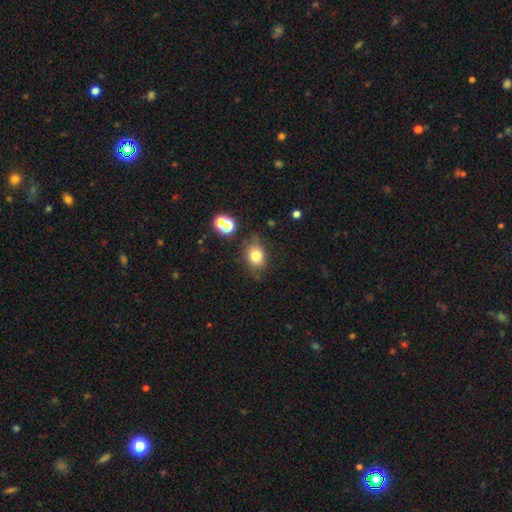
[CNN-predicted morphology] Q: Smooth or featured?
A: smooth (76%); runner-up: featured or disk (12%)
Q: How rounded?
A: in between (58%); runner-up: round (41%)
Q: Merging?
A: none (65%); runner-up: minor disturbance (22%)